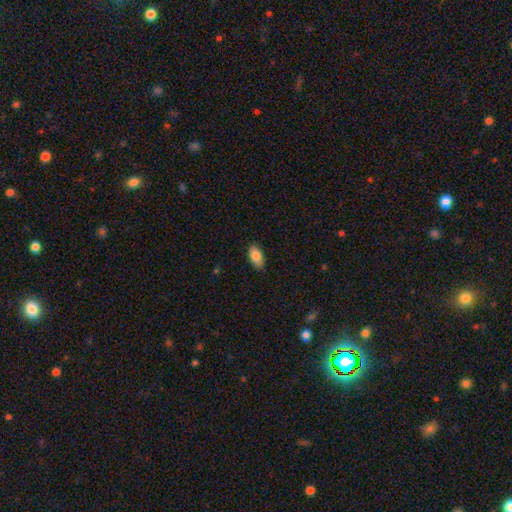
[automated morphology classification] A smooth galaxy with no disk features (85%) that is in between round and cigar-shaped (92%).

Vote fractions:
- Smooth or featured? smooth: 85% / featured or disk: 8% / star or artifact: 7%
- How rounded? in between: 92% / cigar-shaped: 4% / round: 3%
- Merging? none: 84% / minor disturbance: 13% / major disturbance: 2% / merger: 1%